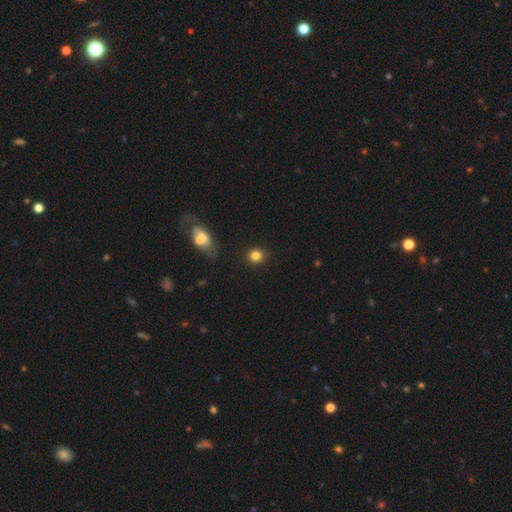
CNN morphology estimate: Overall: smooth (84%). How rounded: round (87%). Merging: none (89%).